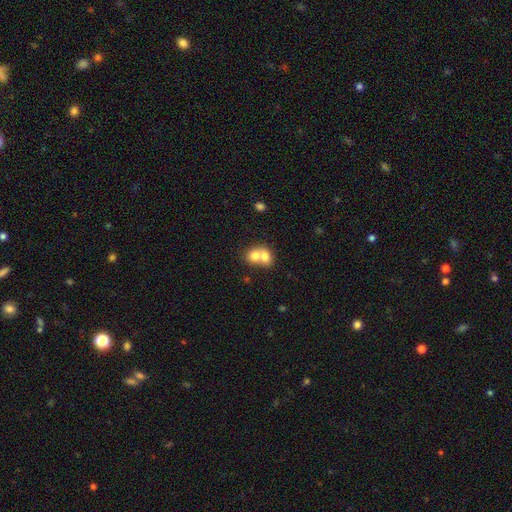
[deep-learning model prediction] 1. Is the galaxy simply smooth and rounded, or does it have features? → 72% smooth, 20% featured or disk, 9% star or artifact.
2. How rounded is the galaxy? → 56% round, 43% in between, 1% cigar-shaped.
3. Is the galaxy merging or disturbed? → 73% merger, 19% none, 5% minor disturbance, 2% major disturbance.